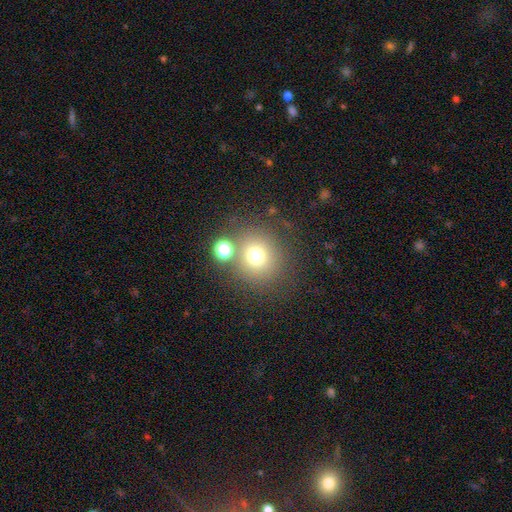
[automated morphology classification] type=smooth (71%); roundness=round (90%); merging=none (72%).